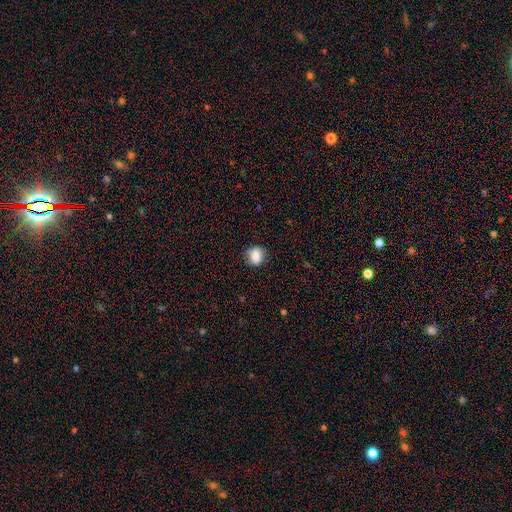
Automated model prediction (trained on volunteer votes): A smooth galaxy with no disk features (81%) that is round (69%).

Vote fractions:
- Smooth or featured? smooth: 81% / featured or disk: 10% / star or artifact: 9%
- How rounded? round: 69% / in between: 30% / cigar-shaped: 1%
- Merging? none: 85% / minor disturbance: 11% / major disturbance: 3% / merger: 1%